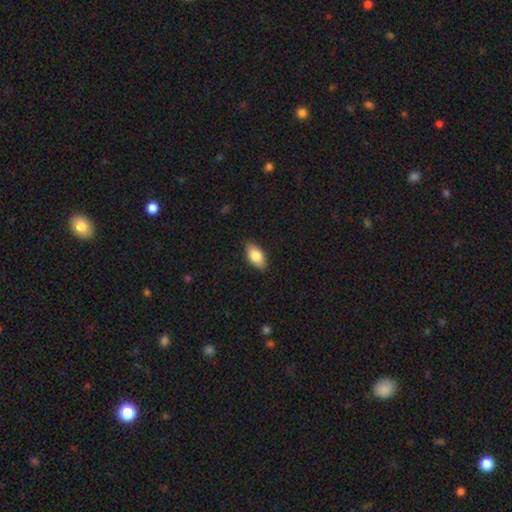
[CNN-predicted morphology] smooth-or-featured: smooth: 81% | featured or disk: 12% | star or artifact: 7%
  how-rounded: in between: 91% | cigar-shaped: 5% | round: 4%
  merging: none: 86% | minor disturbance: 11% | major disturbance: 2% | merger: 1%